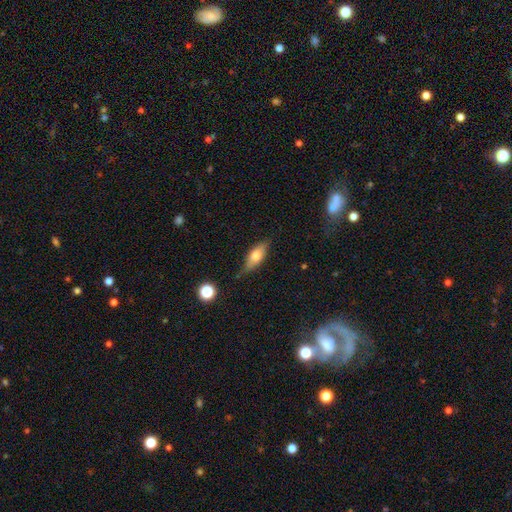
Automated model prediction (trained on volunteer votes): smooth-or-featured: smooth: 62% | featured or disk: 31% | star or artifact: 7%
  how-rounded: in between: 67% | cigar-shaped: 29% | round: 4%
  merging: none: 71% | minor disturbance: 21% | major disturbance: 5% | merger: 3%